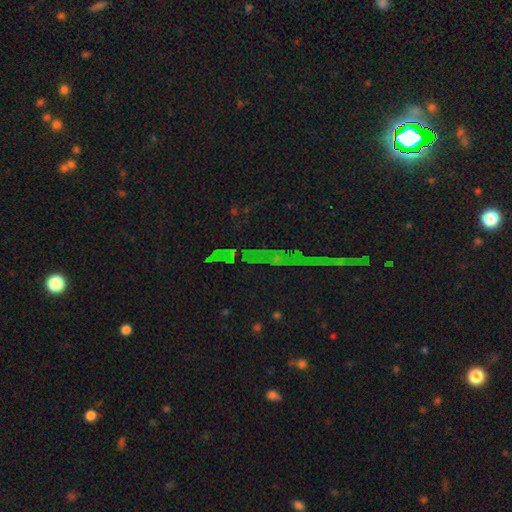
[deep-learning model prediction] star or artifact 76%, featured or disk 13%, smooth 11%.